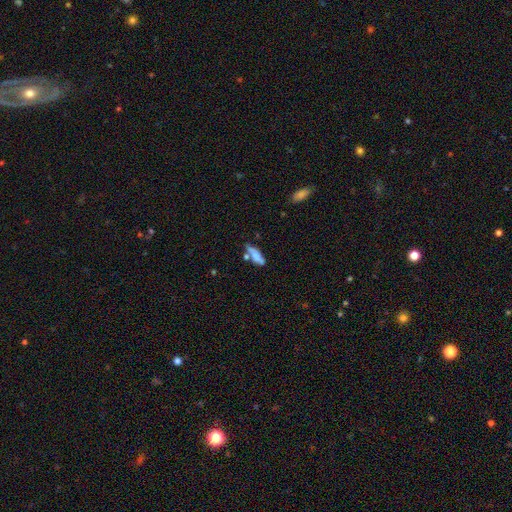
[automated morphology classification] smooth 65%, featured or disk 26%, star or artifact 9%. Down the decision tree: how rounded — in between (51%); merging — none (49%).